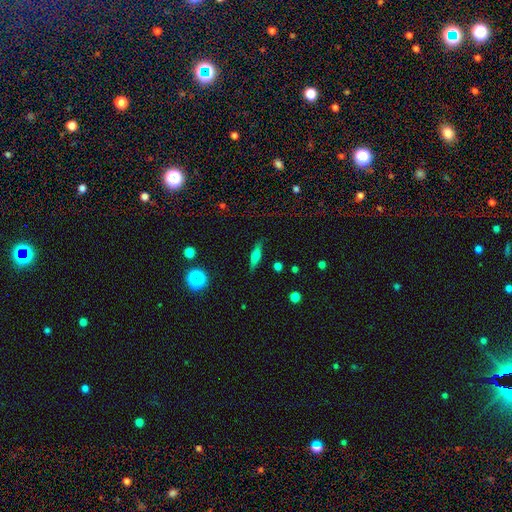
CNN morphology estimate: This is possibly a smooth galaxy (48%). Merging: clearly none (85%).